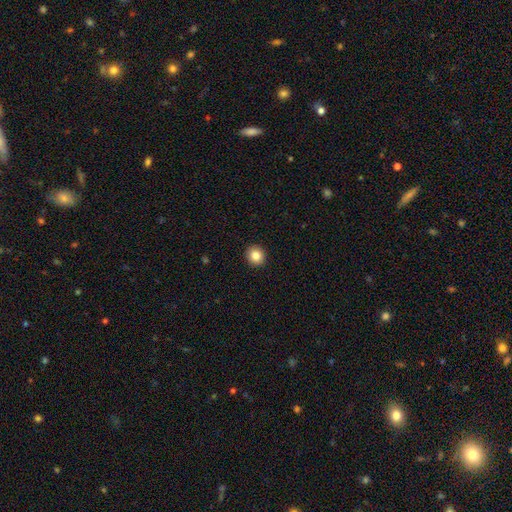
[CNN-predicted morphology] type=smooth (84%); roundness=round (86%); merging=none (93%).